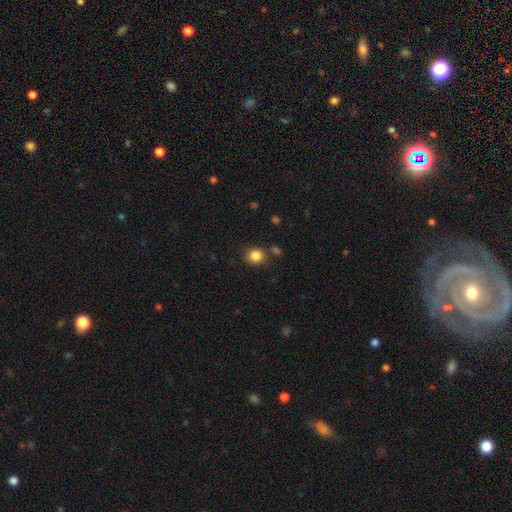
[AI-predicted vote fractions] A smooth galaxy with no disk features (85%) that is round (74%).

Vote fractions:
- Smooth or featured? smooth: 85% / star or artifact: 11% / featured or disk: 5%
- How rounded? round: 74% / in between: 25% / cigar-shaped: 1%
- Merging? none: 78% / minor disturbance: 13% / merger: 5% / major disturbance: 4%